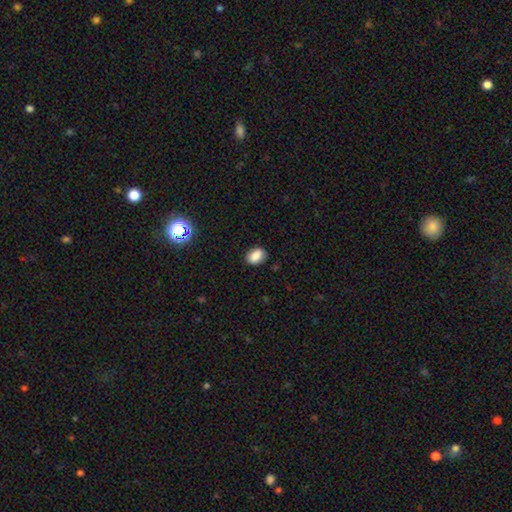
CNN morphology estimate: This appears to be a smooth galaxy with no disk features (85%) that is in between round and cigar-shaped (75%). Merging: none (87%).